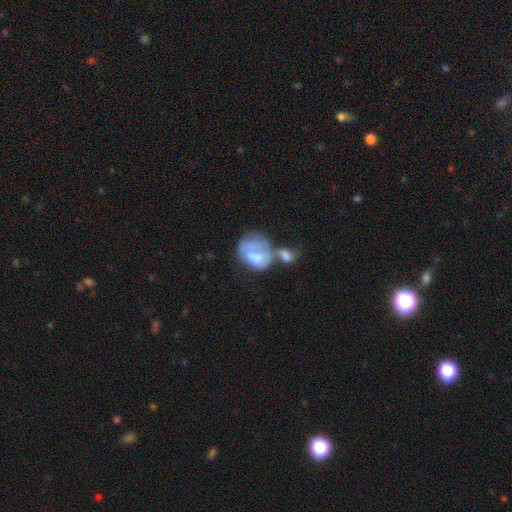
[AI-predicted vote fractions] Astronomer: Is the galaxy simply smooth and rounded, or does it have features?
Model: smooth — 55% (runner-up: featured or disk, 37%).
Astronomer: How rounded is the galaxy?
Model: in between — 57% (runner-up: round, 42%).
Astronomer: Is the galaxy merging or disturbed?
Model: merger — 46% (runner-up: major disturbance, 24%).